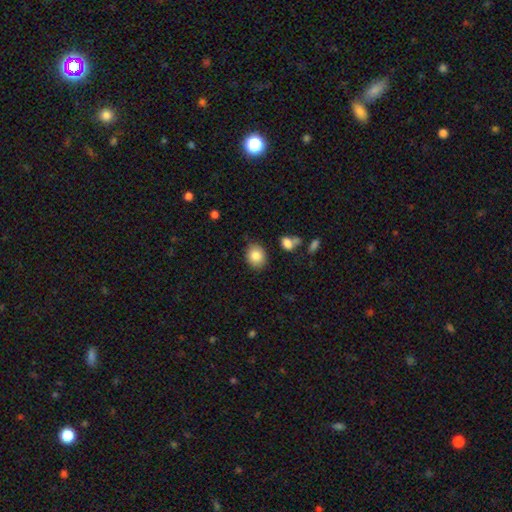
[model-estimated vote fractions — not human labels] This is clearly a smooth galaxy (84%). How rounded: possibly round (53%). Merging: clearly none (83%).